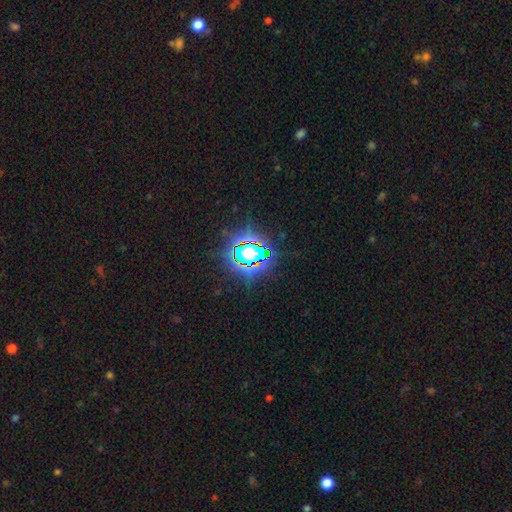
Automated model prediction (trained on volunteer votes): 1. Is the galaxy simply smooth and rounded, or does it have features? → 78% star or artifact, 13% smooth, 9% featured or disk.